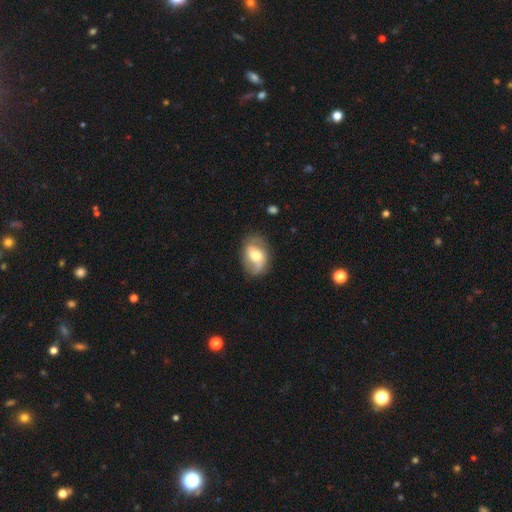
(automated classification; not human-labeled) Morphology: type=featured or disk (54%); edge-on=no (94%); bar=weak (40%, tied with no); spiral arms=yes (74%); bulge=moderate (65%); merging=none (69%).